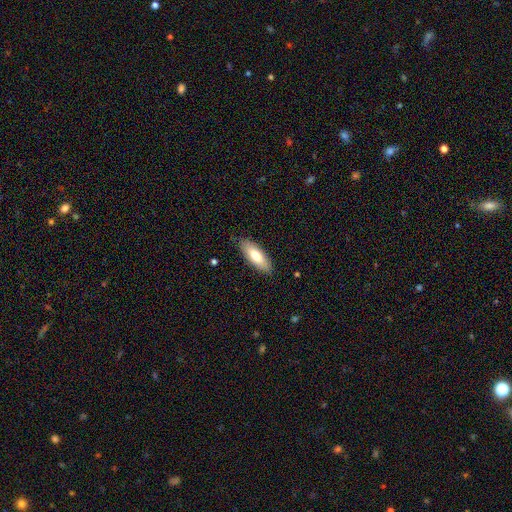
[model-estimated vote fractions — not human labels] Morphology: type=smooth (75%); roundness=in between (71%); merging=none (85%).